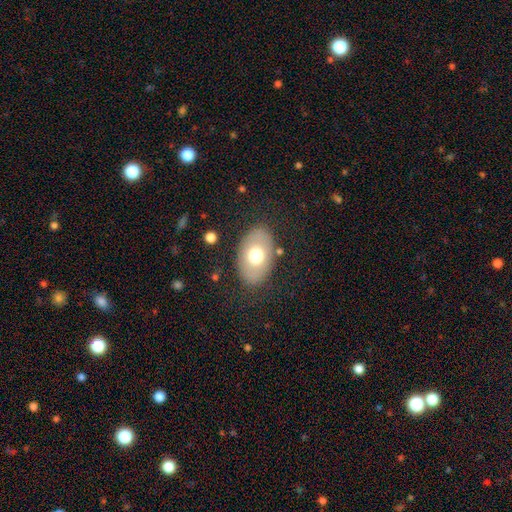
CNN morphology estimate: A smooth galaxy with no disk features (66%) that is in between round and cigar-shaped (86%). Merging: none (81%).